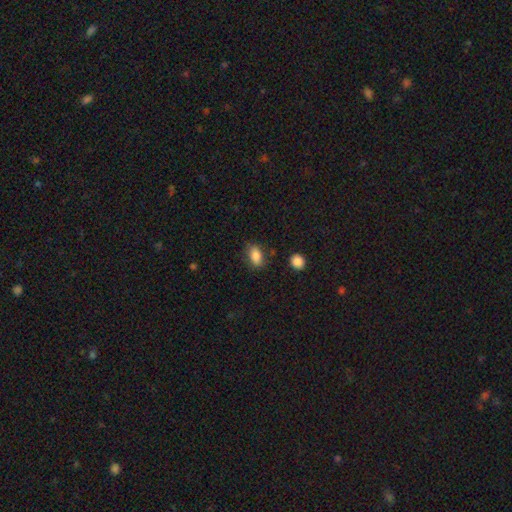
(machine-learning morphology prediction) Q: Smooth or featured?
A: smooth (86%); runner-up: star or artifact (8%)
Q: How rounded?
A: in between (86%); runner-up: round (10%)
Q: Merging?
A: none (76%); runner-up: minor disturbance (17%)